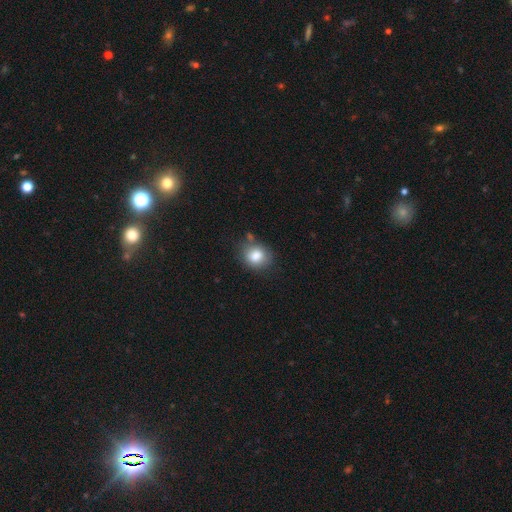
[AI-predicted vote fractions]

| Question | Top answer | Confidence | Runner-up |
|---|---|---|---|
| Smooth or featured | smooth | 83% | star or artifact (9%) |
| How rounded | round | 63% | in between (36%) |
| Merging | none | 72% | minor disturbance (18%) |